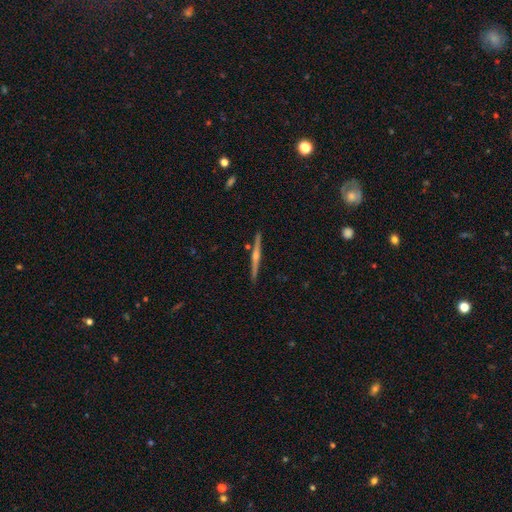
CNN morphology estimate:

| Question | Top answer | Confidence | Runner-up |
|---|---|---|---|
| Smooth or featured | featured or disk | 81% | smooth (13%) |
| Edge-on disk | yes | 99% | no (1%) |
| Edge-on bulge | rounded | 86% | none (9%) |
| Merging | none | 92% | minor disturbance (5%) |